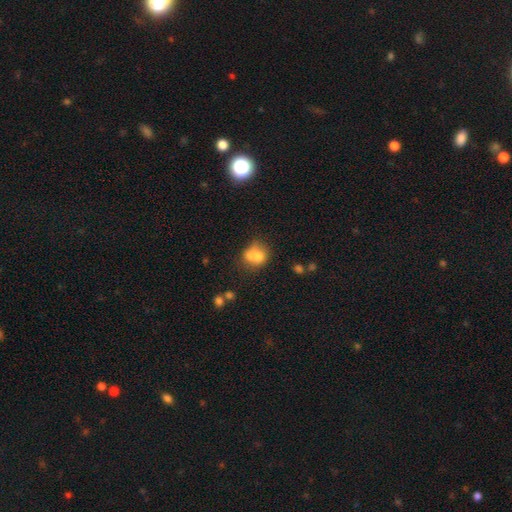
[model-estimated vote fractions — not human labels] Smooth or featured? smooth (69%)
How rounded? round (66%)
Merging? merger (50%)